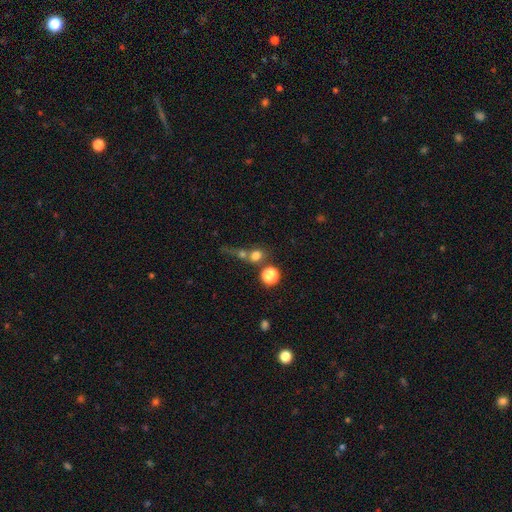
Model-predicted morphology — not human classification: Smooth or featured: smooth — 70% (star or artifact — 18%)
How rounded: round — 74% (in between — 23%)
Merging: merger — 46% (none — 38%)